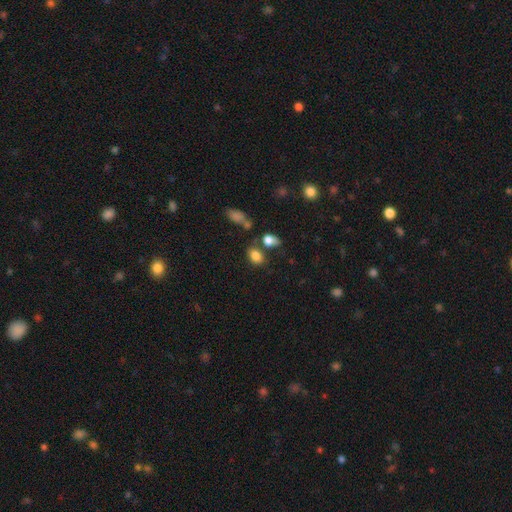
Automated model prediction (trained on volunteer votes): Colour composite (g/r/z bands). It shows a smooth galaxy with no disk features (81%) that is in between round and cigar-shaped (72%). Merging: none (62%).